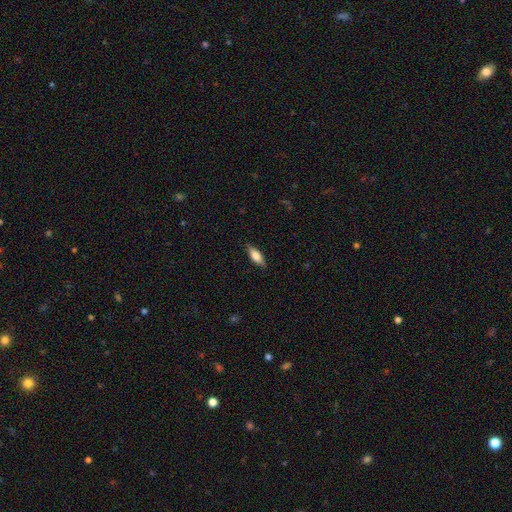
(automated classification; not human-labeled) The model was most divided on "how rounded": in between: 64%, cigar-shaped: 33%, round: 3%. More confident: merging — none (85%); smooth or featured — smooth (68%).